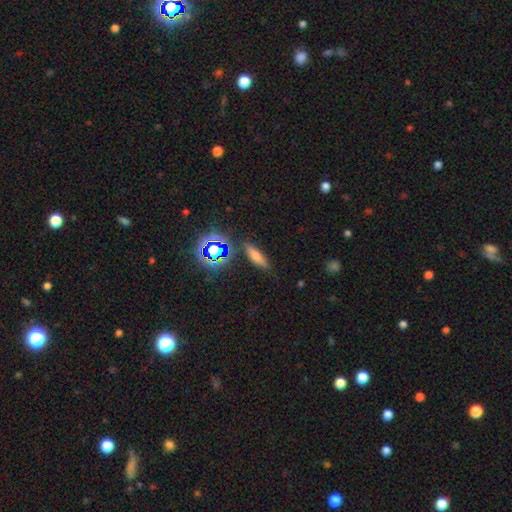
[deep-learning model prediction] Smooth or featured? smooth (64%)
How rounded? cigar-shaped (54%)
Merging? none (80%)